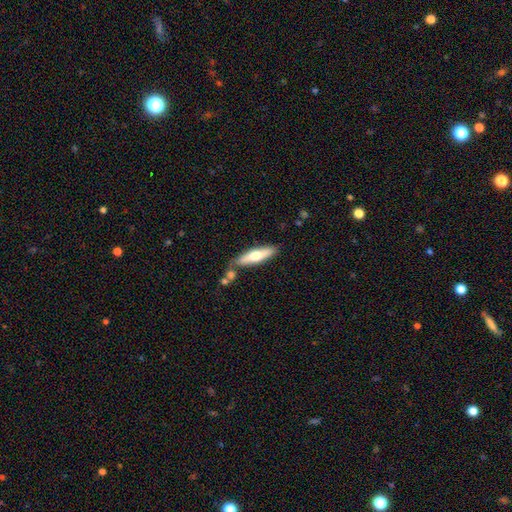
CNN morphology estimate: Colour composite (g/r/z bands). It shows a smooth galaxy with no disk features (57%) that is cigar-shaped (69%). Merging: none (70%).